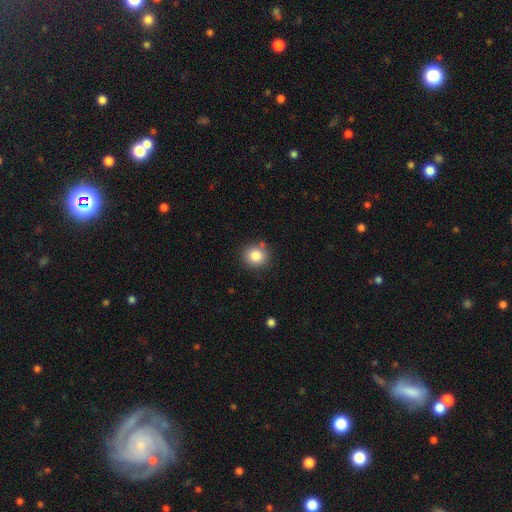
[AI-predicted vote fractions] Smooth or featured? smooth (84%)
How rounded? round (84%)
Merging? none (83%)